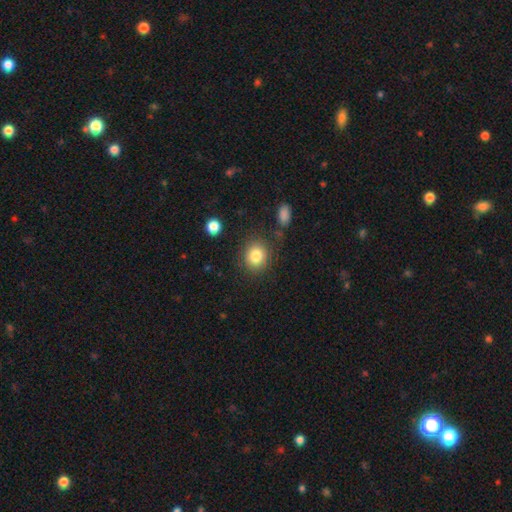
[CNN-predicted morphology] Smooth or featured?
  - smooth: 83% *
  - star or artifact: 9%
  - featured or disk: 8%
How rounded?
  - round: 67% *
  - in between: 32%
  - cigar-shaped: 1%
Merging?
  - none: 80% *
  - minor disturbance: 12%
  - major disturbance: 4%
  - merger: 4%